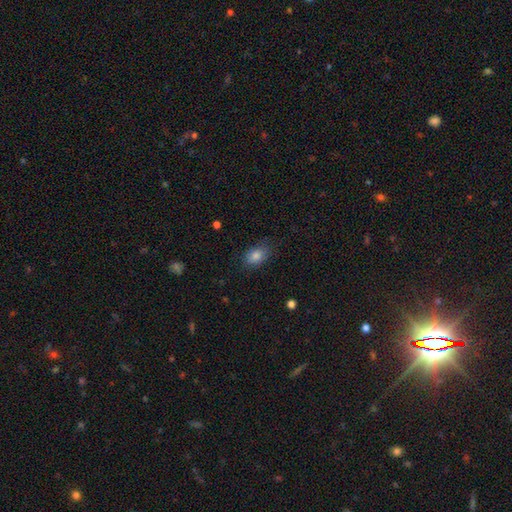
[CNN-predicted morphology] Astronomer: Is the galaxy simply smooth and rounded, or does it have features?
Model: smooth — 81%.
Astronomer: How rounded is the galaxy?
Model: in between — 79%.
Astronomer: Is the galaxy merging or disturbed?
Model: none — 80%.